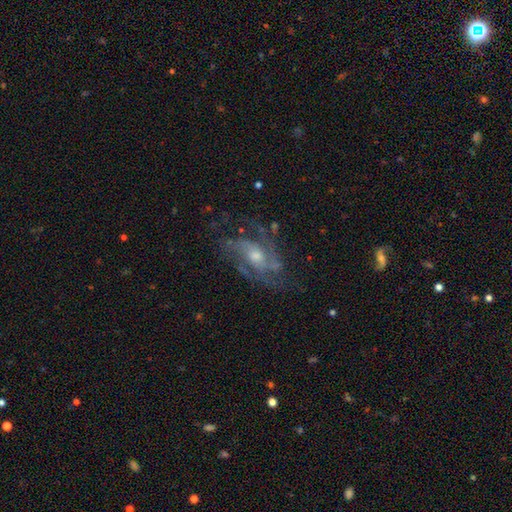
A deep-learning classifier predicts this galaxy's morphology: The model was most divided on "spiral arm count": 2: 30%, 3: 28%, can't tell: 20%, 4: 10%, 1: 5%, more than 4: 5%. Remaining: edge-on disk — no (95%); spiral arms — yes (94%); smooth or featured — featured or disk (86%); merging — none (66%); bar — no (61%); bulge size — moderate (57%); spiral winding — medium (50%).